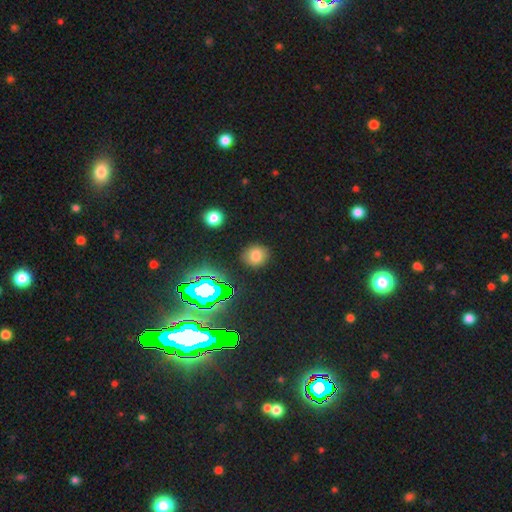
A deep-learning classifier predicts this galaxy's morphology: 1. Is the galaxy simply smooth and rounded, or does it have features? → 73% smooth, 20% star or artifact, 7% featured or disk.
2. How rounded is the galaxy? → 82% round, 17% in between, 1% cigar-shaped.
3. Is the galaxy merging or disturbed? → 88% none, 8% minor disturbance, 3% major disturbance, 2% merger.